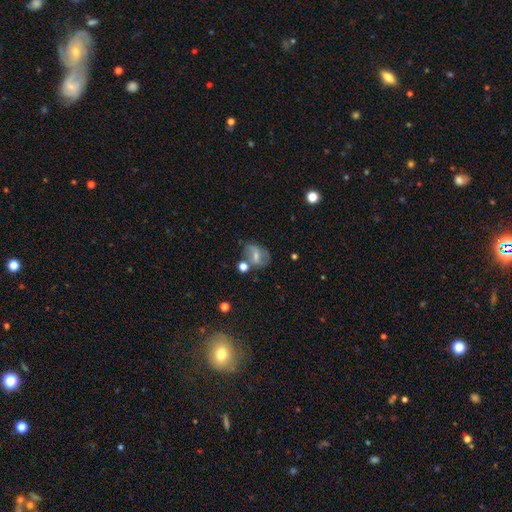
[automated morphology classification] Q: Smooth or featured?
A: smooth (47%); runner-up: featured or disk (41%)
Q: Merging?
A: none (48%); runner-up: minor disturbance (22%)